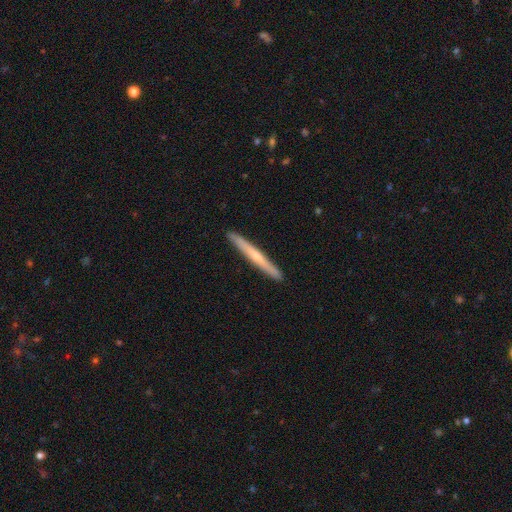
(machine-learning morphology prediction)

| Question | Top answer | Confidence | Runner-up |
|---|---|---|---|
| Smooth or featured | featured or disk | 52% | smooth (42%) |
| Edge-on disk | yes | 96% | no (4%) |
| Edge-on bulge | rounded | 52% | none (45%) |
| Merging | none | 92% | minor disturbance (6%) |